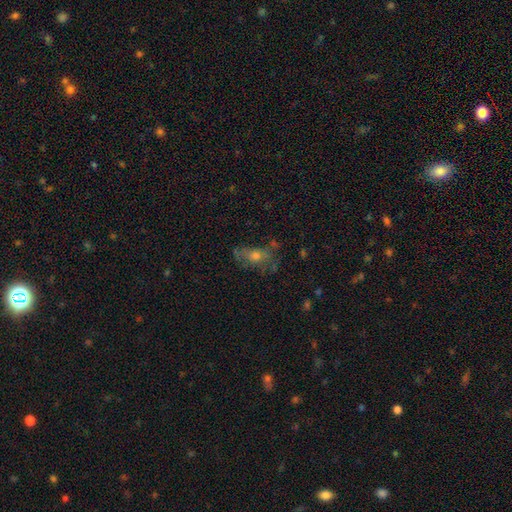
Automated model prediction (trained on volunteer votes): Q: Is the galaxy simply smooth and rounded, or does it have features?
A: featured or disk — 41%.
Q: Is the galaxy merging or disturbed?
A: none — 53%.